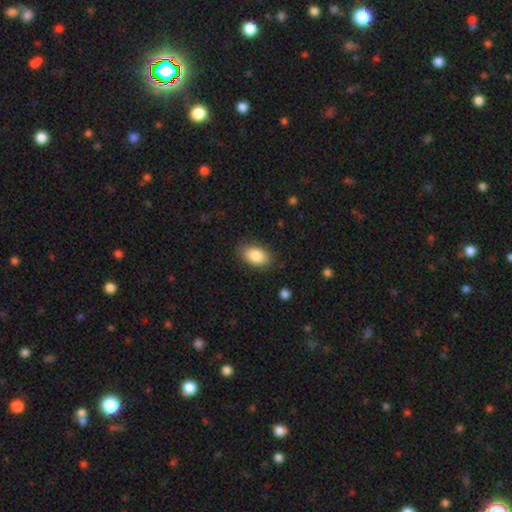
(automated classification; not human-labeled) The model was most divided on "merging": none: 83%, minor disturbance: 13%, major disturbance: 3%, merger: 1%. More confident: how rounded — in between (91%); smooth or featured — smooth (84%).